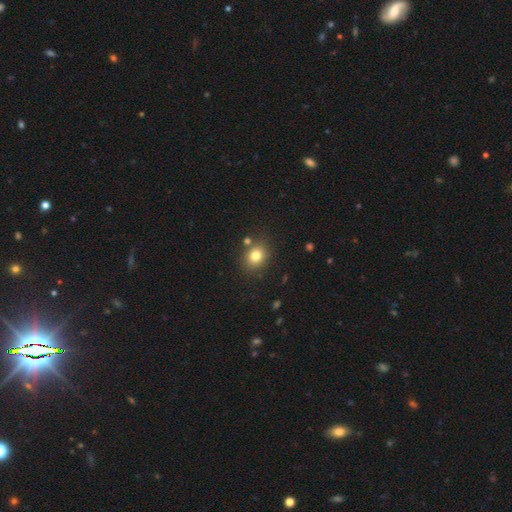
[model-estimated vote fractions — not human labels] This appears to be a smooth galaxy with no disk features (79%) that is round (60%). Merging: none (79%).